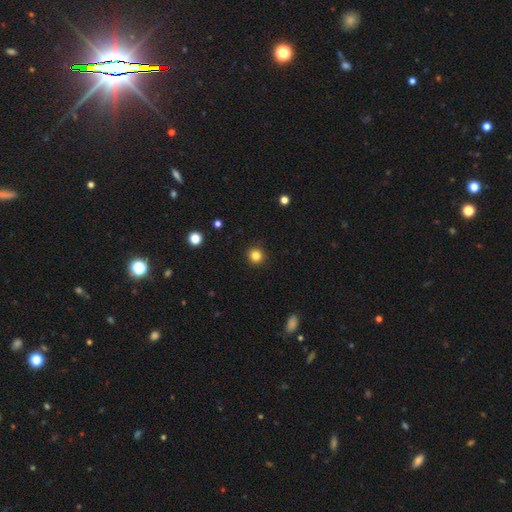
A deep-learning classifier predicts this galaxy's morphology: This is clearly a smooth galaxy (84%). How rounded: clearly round (95%). Merging: clearly none (93%).